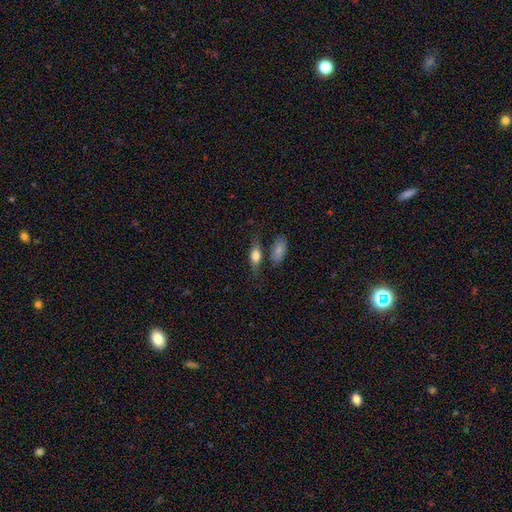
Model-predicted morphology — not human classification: smooth-or-featured: smooth: 66% | featured or disk: 26% | star or artifact: 8%
  how-rounded: in between: 71% | cigar-shaped: 22% | round: 6%
  merging: none: 61% | minor disturbance: 18% | merger: 13% | major disturbance: 7%